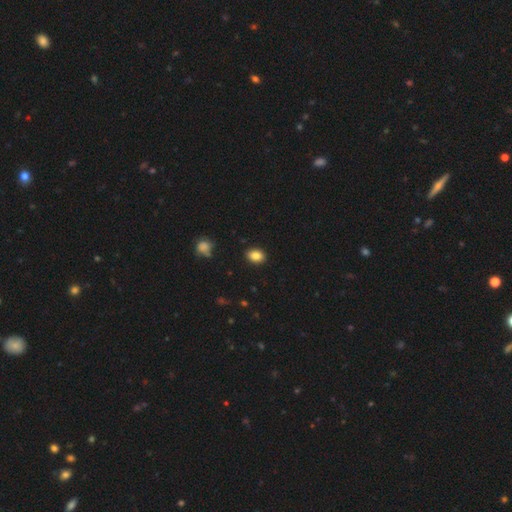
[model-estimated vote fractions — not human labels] Smooth or featured?
  - smooth: 86% *
  - star or artifact: 9%
  - featured or disk: 5%
How rounded?
  - in between: 70% *
  - round: 29%
  - cigar-shaped: 1%
Merging?
  - none: 89% *
  - minor disturbance: 8%
  - major disturbance: 2%
  - merger: 1%